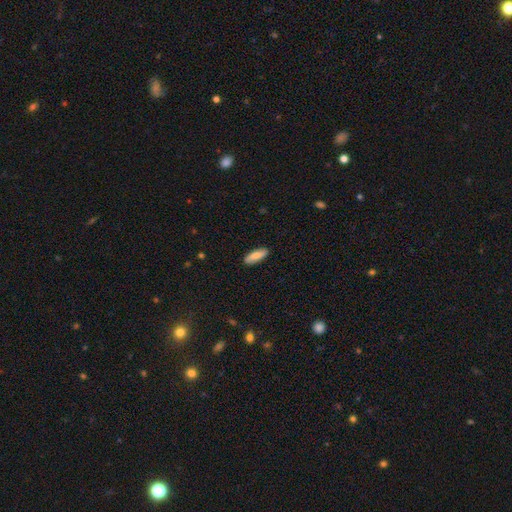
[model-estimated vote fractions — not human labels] Smooth or featured: smooth — 80% (featured or disk — 14%)
How rounded: in between — 61% (cigar-shaped — 37%)
Merging: none — 88% (minor disturbance — 9%)